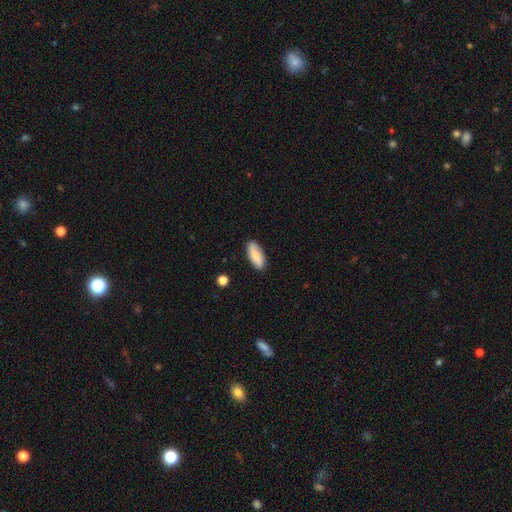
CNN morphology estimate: type=smooth (76%); roundness=in between (81%); merging=none (87%).